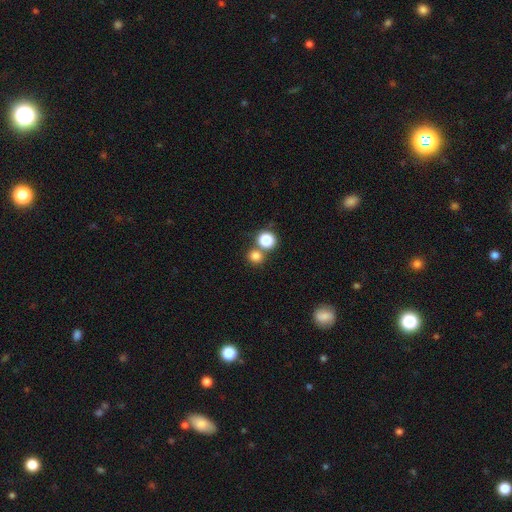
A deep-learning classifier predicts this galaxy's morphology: Smooth or featured?
  - smooth: 79% *
  - star or artifact: 15%
  - featured or disk: 6%
How rounded?
  - round: 86% *
  - in between: 13%
  - cigar-shaped: 1%
Merging?
  - none: 61% *
  - merger: 29%
  - minor disturbance: 7%
  - major disturbance: 3%